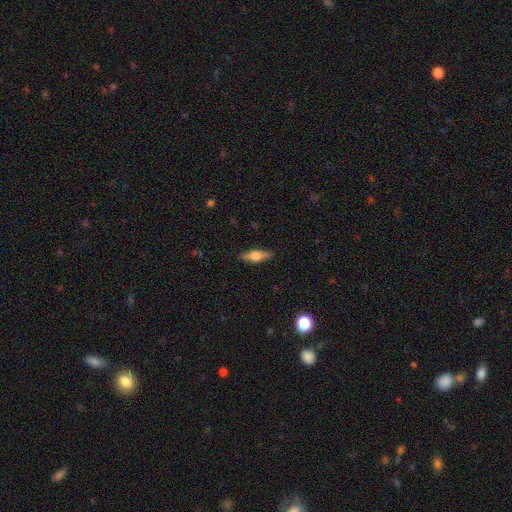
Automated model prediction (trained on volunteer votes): Smooth or featured: featured or disk — 51% (smooth — 42%)
Edge-on disk: yes — 93% (no — 7%)
Merging: none — 89% (minor disturbance — 8%)